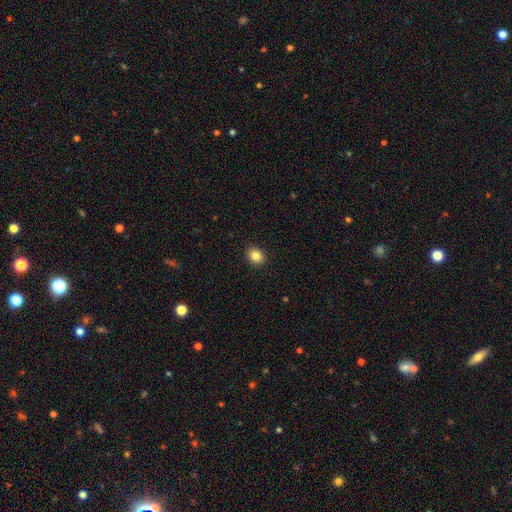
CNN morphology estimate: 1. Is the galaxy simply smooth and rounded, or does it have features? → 84% smooth, 10% star or artifact, 6% featured or disk.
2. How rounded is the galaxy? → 59% round, 40% in between, 1% cigar-shaped.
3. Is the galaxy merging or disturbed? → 91% none, 6% minor disturbance, 2% major disturbance, 1% merger.